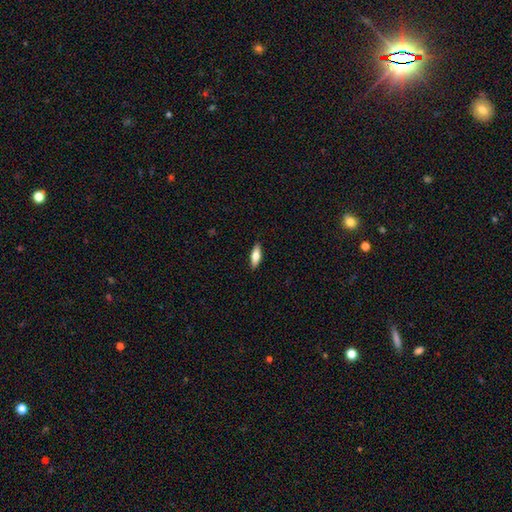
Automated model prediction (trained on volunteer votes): smooth 68%, featured or disk 25%, star or artifact 6%. Down the decision tree: how rounded — in between (63%); merging — none (89%).